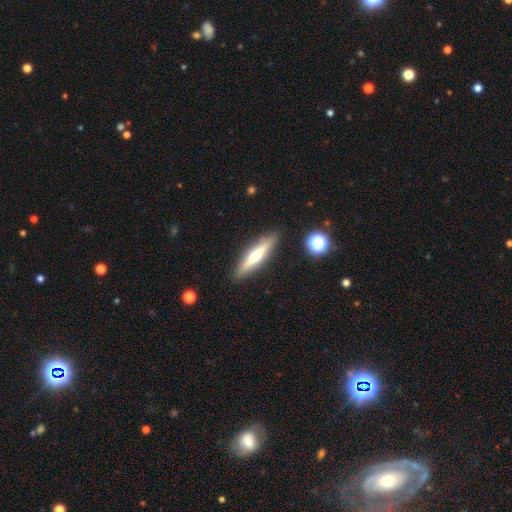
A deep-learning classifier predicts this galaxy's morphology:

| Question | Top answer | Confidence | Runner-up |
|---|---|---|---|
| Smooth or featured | smooth | 47% | featured or disk (46%) |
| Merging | none | 88% | minor disturbance (8%) |